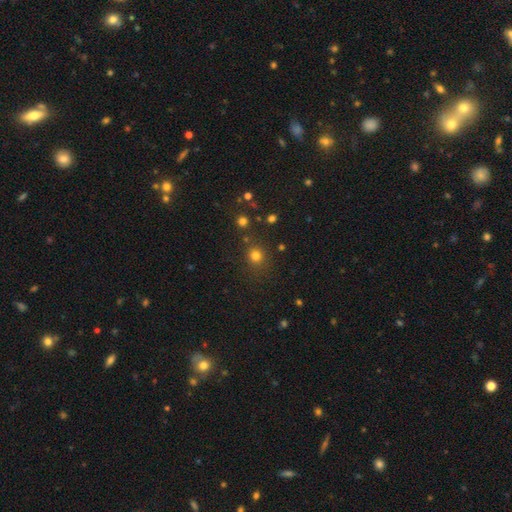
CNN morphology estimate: smooth_or_featured: smooth (p=0.76) [alt: star or artifact p=0.19]
how_rounded: round (p=0.84) [alt: in between p=0.15]
merging: none (p=0.79) [alt: minor disturbance p=0.10]